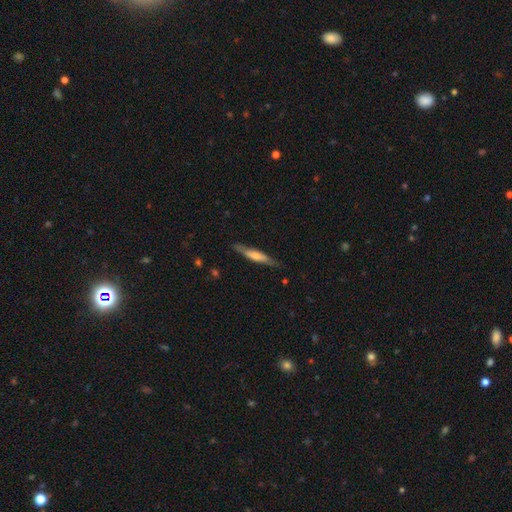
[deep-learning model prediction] Smooth or featured? smooth (52%)
How rounded? cigar-shaped (89%)
Merging? none (82%)